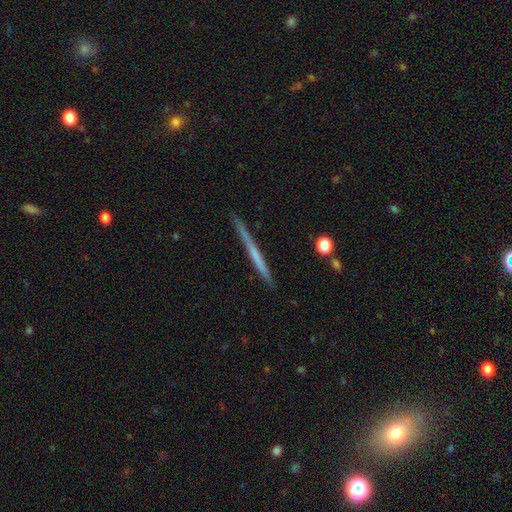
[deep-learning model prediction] Smooth or featured: featured or disk — 52% (smooth — 42%)
Edge-on disk: yes — 97% (no — 3%)
Edge-on bulge: none — 89% (rounded — 7%)
Merging: none — 89% (minor disturbance — 8%)